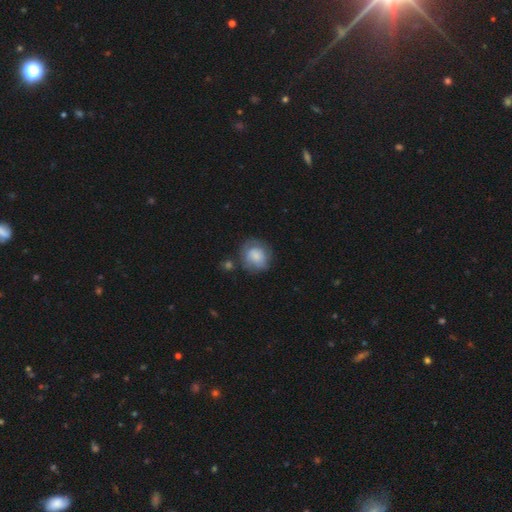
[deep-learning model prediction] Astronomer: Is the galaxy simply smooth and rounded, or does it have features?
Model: smooth — 62%.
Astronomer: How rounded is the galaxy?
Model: round — 75%.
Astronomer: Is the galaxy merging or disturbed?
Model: none — 59%.